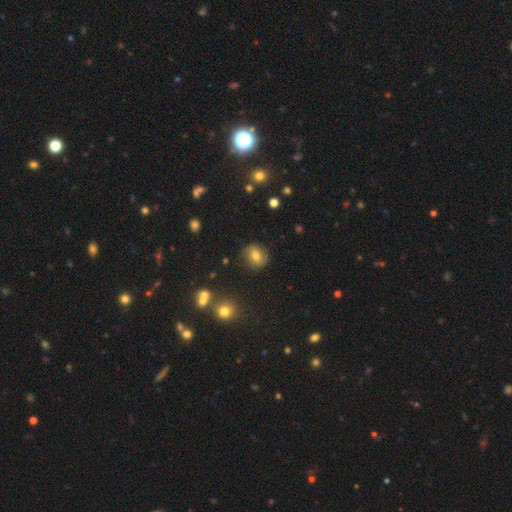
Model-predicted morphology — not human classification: type=smooth (55%); roundness=round (61%); merging=none (80%).